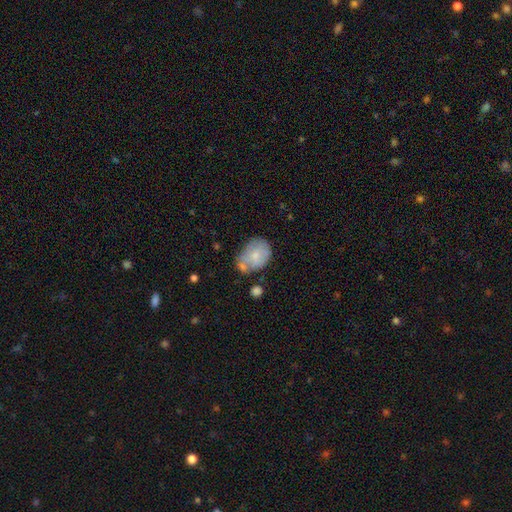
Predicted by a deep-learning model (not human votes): Morphology: type=smooth (67%); roundness=in between (73%); merging=none (39%).